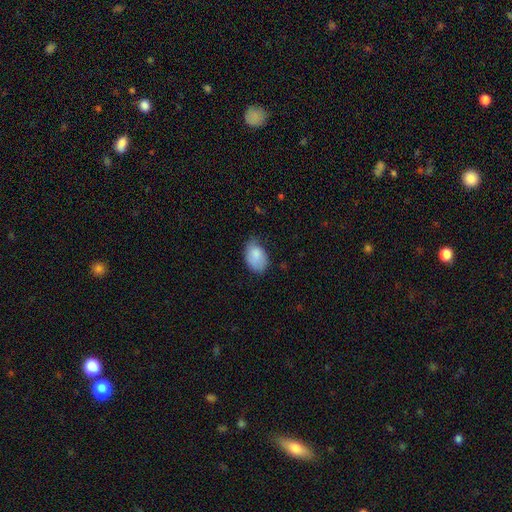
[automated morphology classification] A smooth galaxy with no disk features (85%) that is in between round and cigar-shaped (86%).

Vote fractions:
- Smooth or featured? smooth: 85% / featured or disk: 9% / star or artifact: 7%
- How rounded? in between: 86% / round: 12% / cigar-shaped: 1%
- Merging? none: 53% / minor disturbance: 37% / major disturbance: 8% / merger: 2%